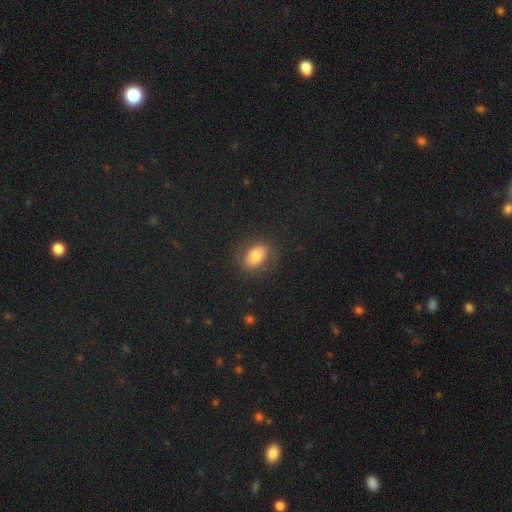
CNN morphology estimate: This appears to be a smooth galaxy with no disk features (69%) that is in between round and cigar-shaped (73%). Merging: none (78%).